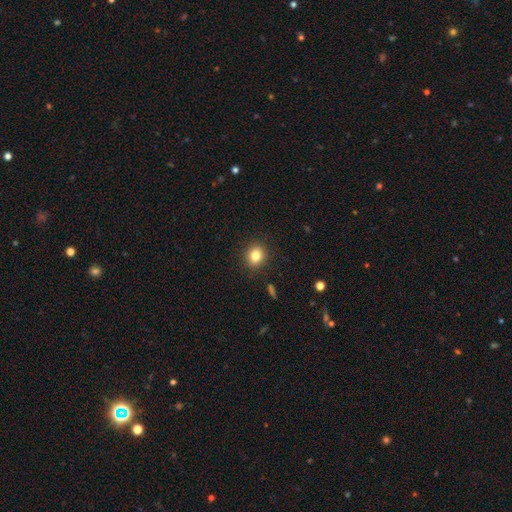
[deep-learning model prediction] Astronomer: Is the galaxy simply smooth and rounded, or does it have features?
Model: smooth — 82%.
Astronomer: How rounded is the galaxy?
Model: round — 77%.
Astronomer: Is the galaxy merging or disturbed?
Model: none — 90%.